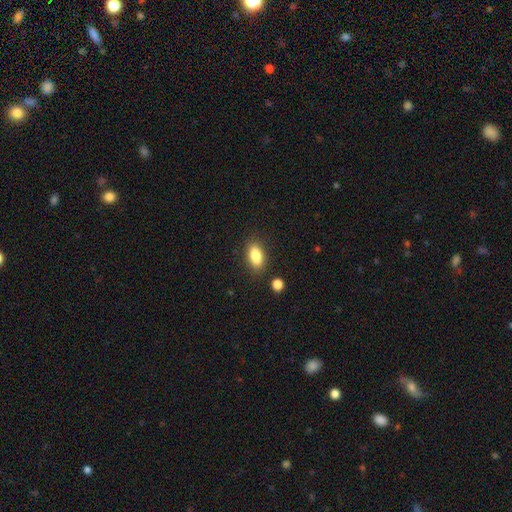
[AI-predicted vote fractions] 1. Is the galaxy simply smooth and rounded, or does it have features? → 86% smooth, 8% star or artifact, 6% featured or disk.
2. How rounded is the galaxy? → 88% in between, 7% cigar-shaped, 5% round.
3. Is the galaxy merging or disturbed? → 85% none, 10% minor disturbance, 3% merger, 3% major disturbance.